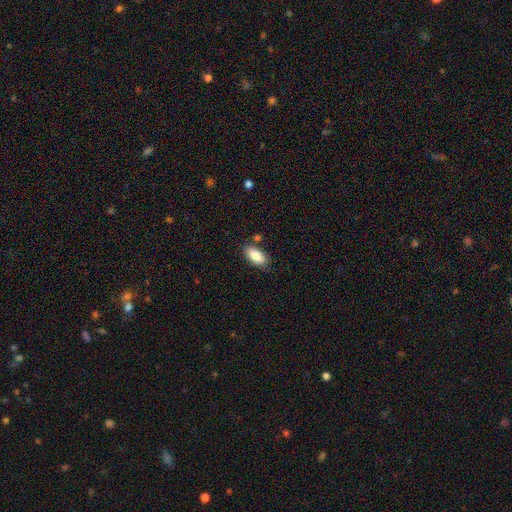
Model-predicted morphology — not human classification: smooth_or_featured: smooth (p=0.84) [alt: featured or disk p=0.09]
how_rounded: in between (p=0.92) [alt: cigar-shaped p=0.05]
merging: none (p=0.78) [alt: minor disturbance p=0.14]